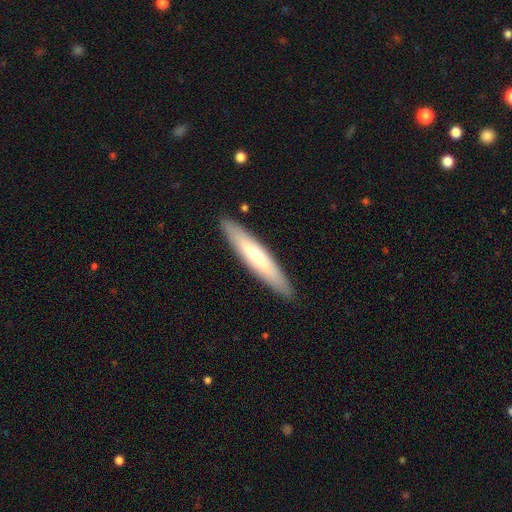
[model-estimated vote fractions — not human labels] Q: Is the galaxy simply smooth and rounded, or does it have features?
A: smooth — 58%.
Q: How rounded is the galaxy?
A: cigar-shaped — 86%.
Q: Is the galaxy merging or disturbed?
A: none — 89%.